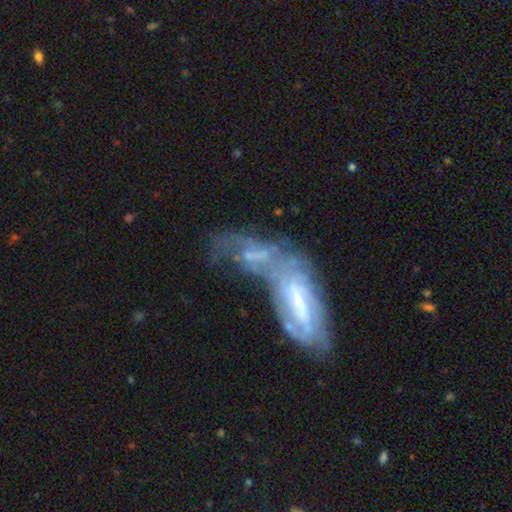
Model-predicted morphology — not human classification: The model was most divided on "bar": weak: 40%, no: 36%, strong: 24%. Remaining: edge-on disk — no (89%); smooth or featured — featured or disk (65%); spiral arms — yes (64%); merging — merger (53%); bulge size — small (43%).